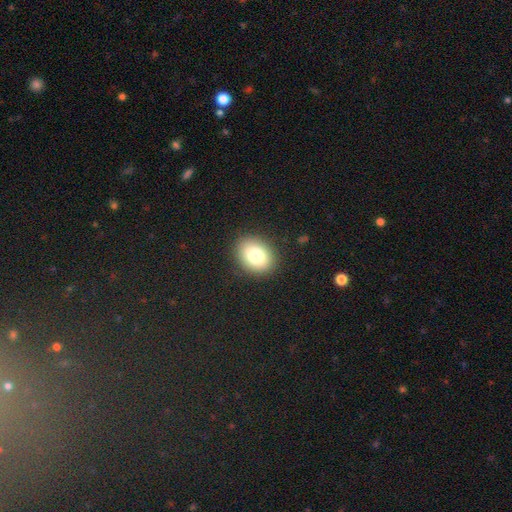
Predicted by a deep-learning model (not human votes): Smooth or featured? smooth (80%)
How rounded? in between (56%)
Merging? none (88%)